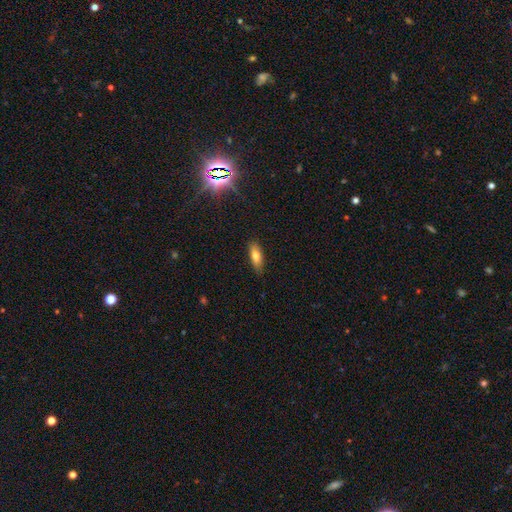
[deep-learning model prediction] smooth 74%, featured or disk 17%, star or artifact 9%. Down the decision tree: how rounded — in between (63%); merging — none (84%).